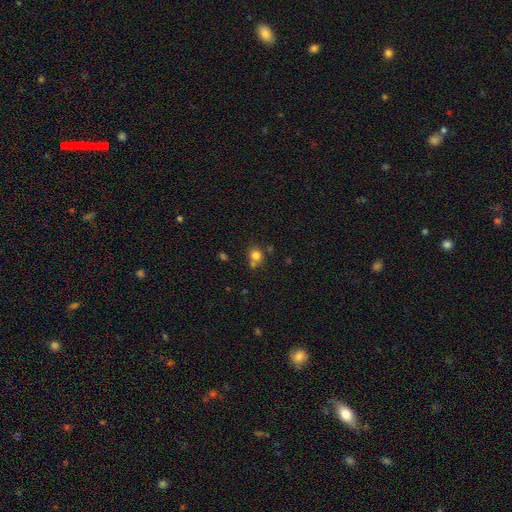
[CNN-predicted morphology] This appears to be a smooth galaxy with no disk features (79%) that is round (78%). Merging: none (61%).